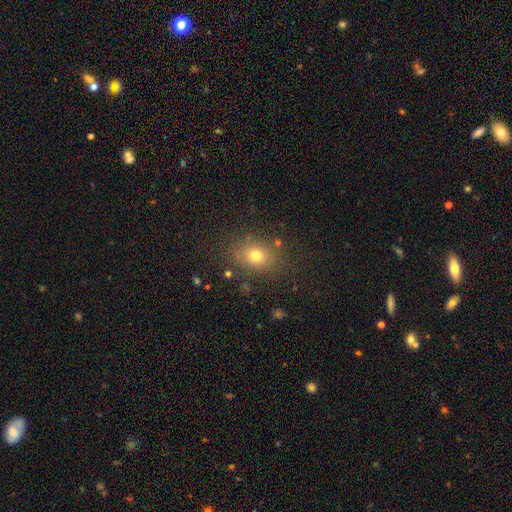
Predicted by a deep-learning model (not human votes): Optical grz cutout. It shows a smooth galaxy with no disk features (74%) that is round (54%). Merging: none (81%).